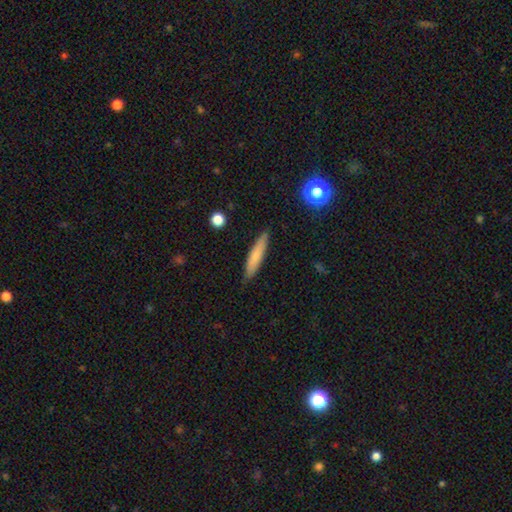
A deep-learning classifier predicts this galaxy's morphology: Smooth or featured? smooth (71%)
How rounded? cigar-shaped (88%)
Merging? none (87%)